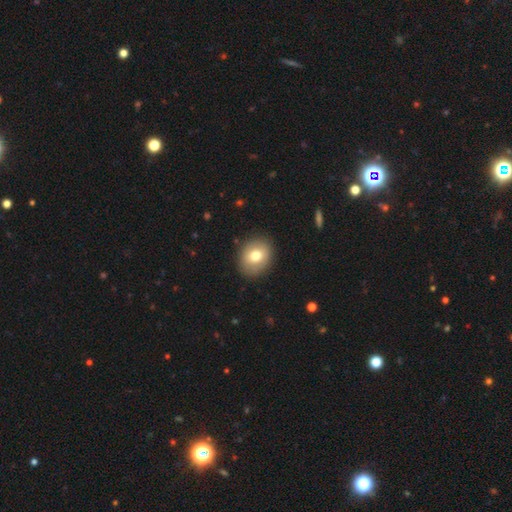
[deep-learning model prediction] Smooth or featured: smooth — 75% (featured or disk — 17%)
How rounded: round — 53% (in between — 46%)
Merging: none — 88% (minor disturbance — 9%)